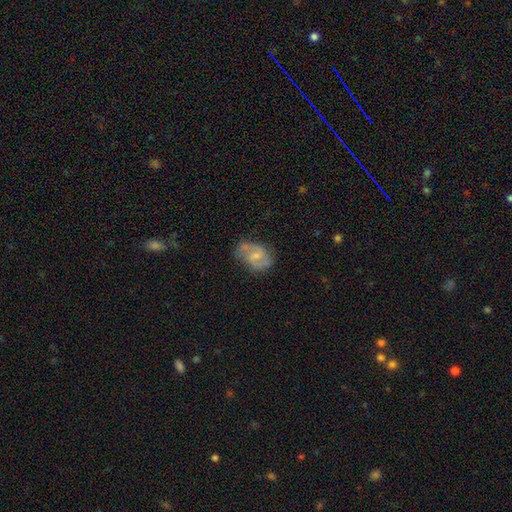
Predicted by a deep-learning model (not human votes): A featured or disk galaxy (69%) with a weak bar (51%), 2 (83%) medium (52%) spiral arms (88%) and a small central bulge (51%).

Vote fractions:
- Smooth or featured? featured or disk: 69% / smooth: 24% / star or artifact: 7%
- Edge-on disk? no: 97% / yes: 3%
- Bar? weak: 51% / no: 38% / strong: 11%
- Spiral arms? yes: 88% / no: 12%
- Spiral winding? medium: 52% / tight: 25% / loose: 24%
- Spiral arm count? 2: 83% / can't tell: 9% / 1: 4% / 3: 2% / 4: 1% / more than 4: 1%
- Bulge size? small: 51% / moderate: 39% / none: 7% / large: 2% / dominant: 1%
- Merging? none: 63% / minor disturbance: 25% / major disturbance: 9% / merger: 3%